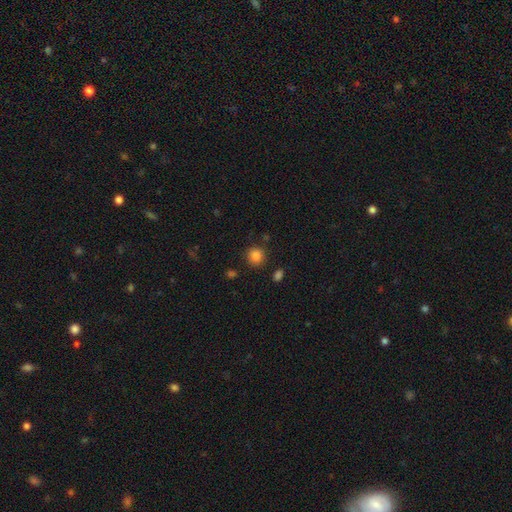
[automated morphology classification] This is clearly a smooth galaxy (85%). How rounded: clearly round (89%). Merging: clearly none (85%).